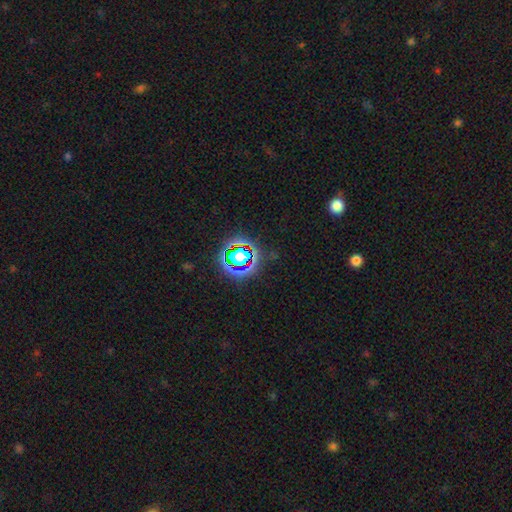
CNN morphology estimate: star or artifact 76%, smooth 15%, featured or disk 9%.